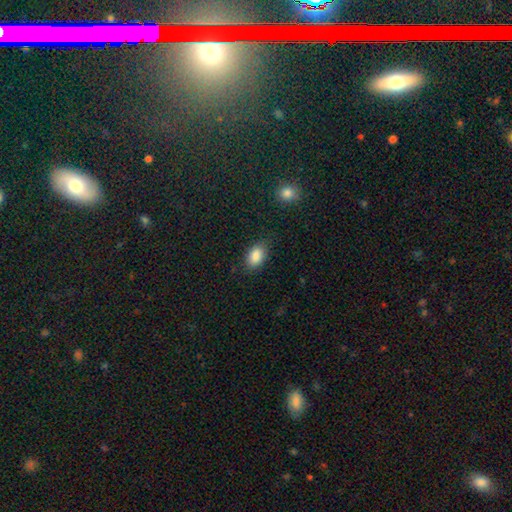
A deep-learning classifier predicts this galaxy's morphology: Smooth or featured? Predicted: smooth (p=0.86). How rounded? Predicted: in between (p=0.89). Merging? Predicted: none (p=0.81).